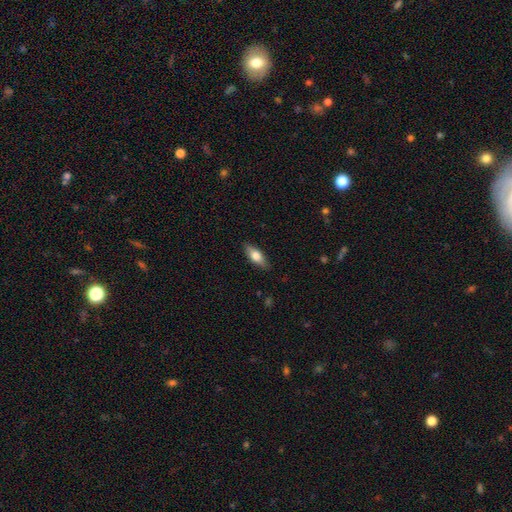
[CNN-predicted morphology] This appears to be a smooth galaxy with no disk features (67%) that is in between round and cigar-shaped (69%). Merging: none (86%).